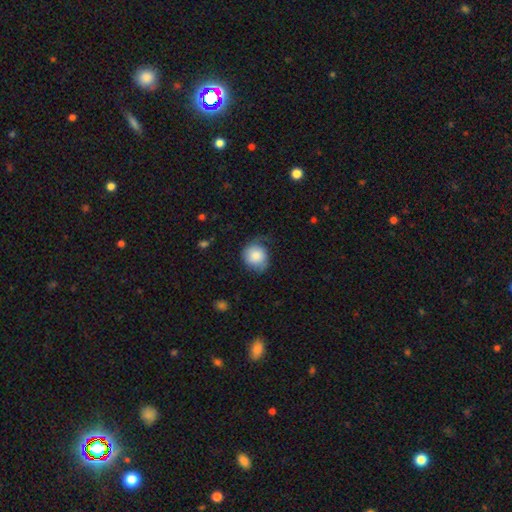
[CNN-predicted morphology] This is likely a smooth galaxy (78%). How rounded: likely round (79%). Merging: possibly none (49%).